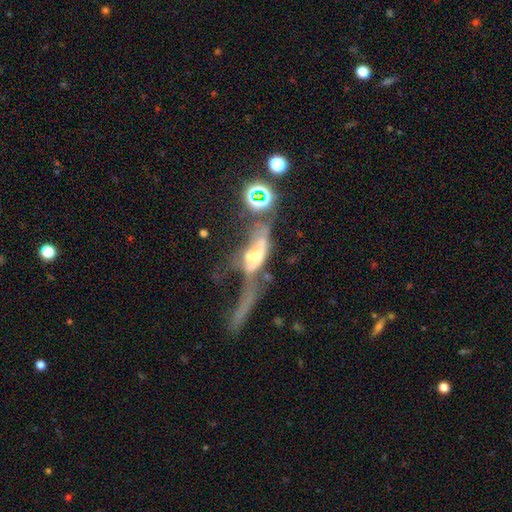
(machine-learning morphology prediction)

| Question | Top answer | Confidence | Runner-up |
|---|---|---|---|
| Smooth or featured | featured or disk | 52% | smooth (31%) |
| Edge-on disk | no | 71% | yes (29%) |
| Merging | merger | 42% | major disturbance (39%) |